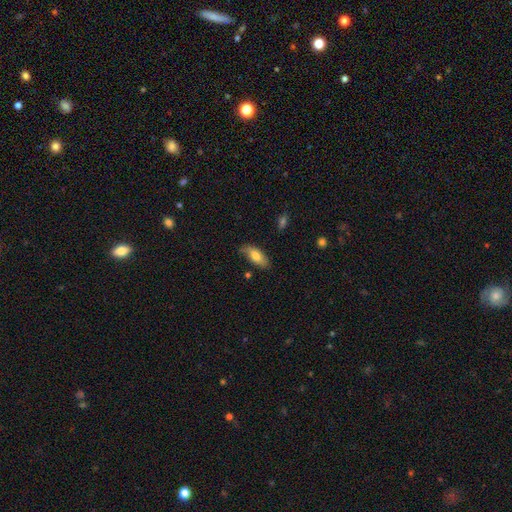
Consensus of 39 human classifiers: This appears to be a smooth galaxy with no disk features (79%) that is in between round and cigar-shaped (61%). Merging: none (65%).